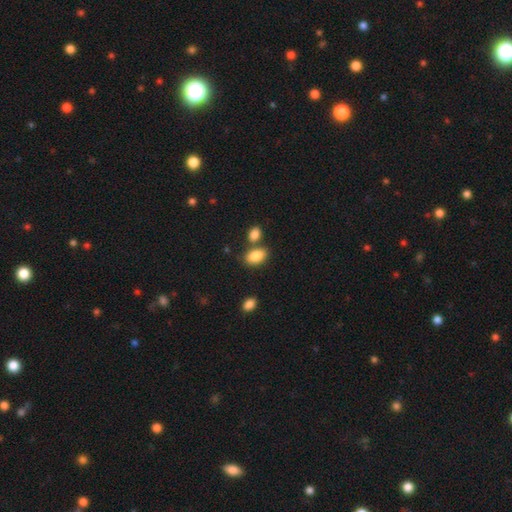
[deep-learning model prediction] This appears to be a smooth galaxy with no disk features (87%) that is in between round and cigar-shaped (90%). Merging: none (63%).